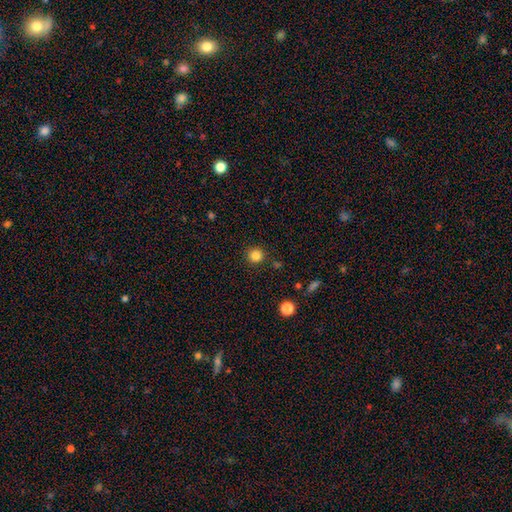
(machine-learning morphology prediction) Overall: smooth (84%). How rounded: round (94%). Merging: none (91%).